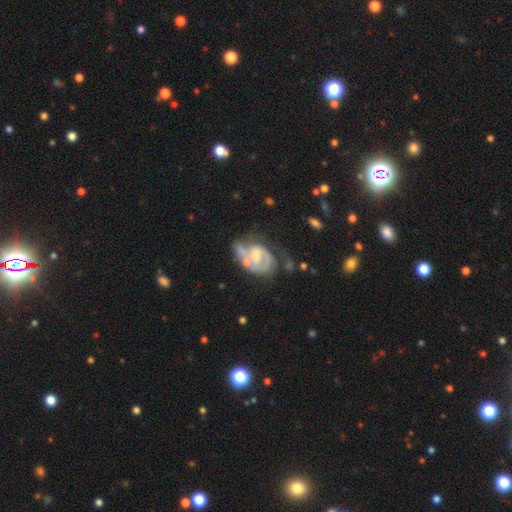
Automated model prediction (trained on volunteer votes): This is likely a featured or disk galaxy (75%). It is clearly not viewed edge-on (97%). Bar: possibly no (46%). Spiral arm pattern: likely yes (79%). Spiral arm count: possibly 2 (46%). Spiral winding: marginally medium (41%, tied with tight). Central bulge: marginally small (44%). Merging: marginally none (34%).